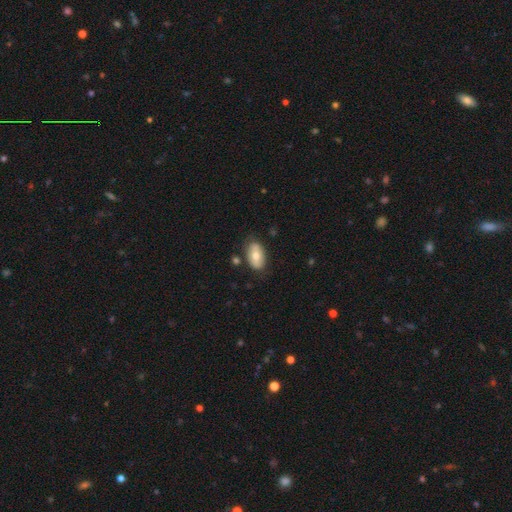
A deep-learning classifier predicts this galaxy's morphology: type=smooth (63%); roundness=in between (91%); merging=none (77%).